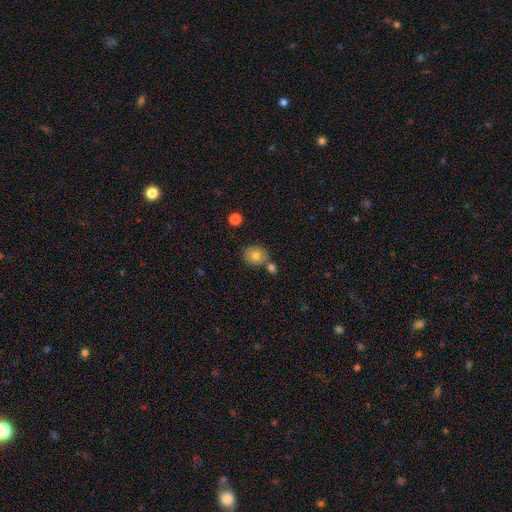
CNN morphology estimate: Overall: smooth (77%). How rounded: round (78%). Merging: none (65%).